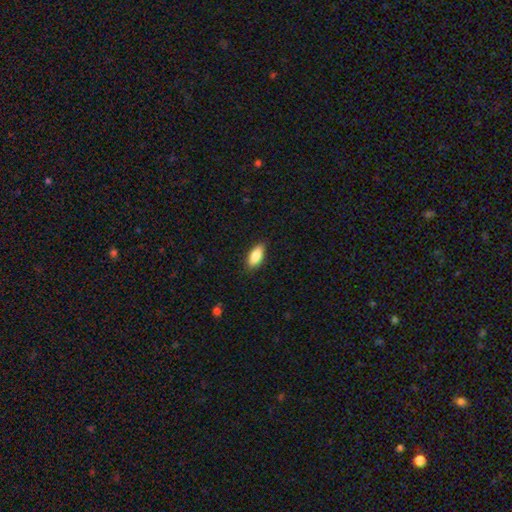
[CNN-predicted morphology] smooth-or-featured: smooth: 87% | featured or disk: 7% | star or artifact: 6%
  how-rounded: in between: 85% | cigar-shaped: 13% | round: 2%
  merging: none: 88% | minor disturbance: 9% | major disturbance: 2% | merger: 1%